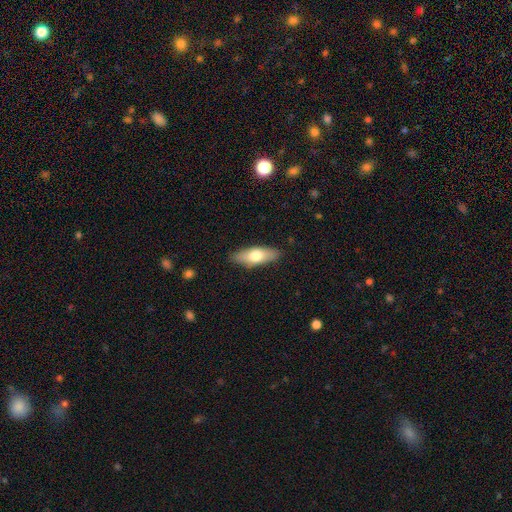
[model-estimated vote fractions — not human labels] The model was most divided on "how rounded": in between: 66%, cigar-shaped: 32%, round: 3%. More confident: merging — none (86%); smooth or featured — smooth (66%).